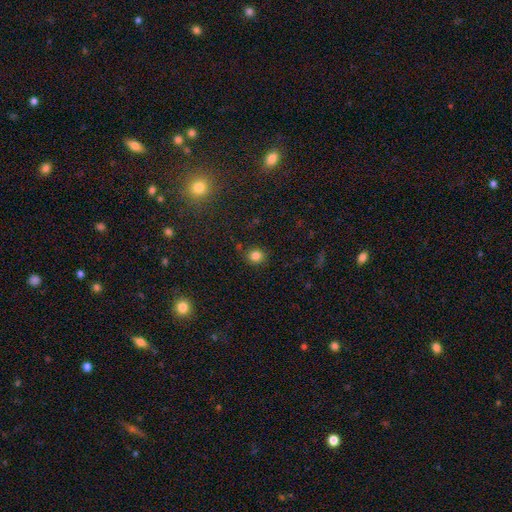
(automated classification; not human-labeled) Smooth or featured? smooth (83%)
How rounded? round (81%)
Merging? none (84%)